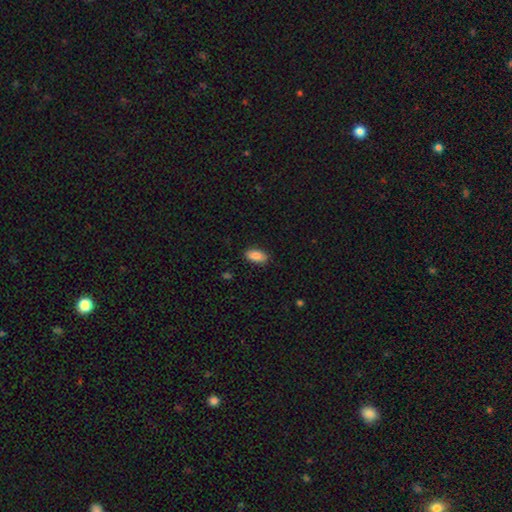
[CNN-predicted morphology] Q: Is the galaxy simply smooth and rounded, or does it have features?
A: smooth — 88%.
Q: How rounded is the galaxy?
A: in between — 91%.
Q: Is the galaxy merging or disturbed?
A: none — 87%.